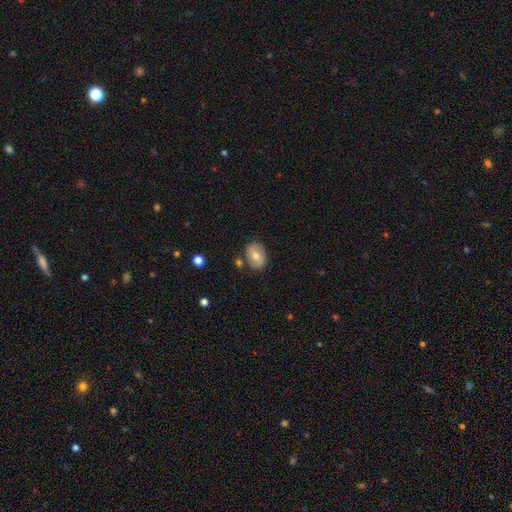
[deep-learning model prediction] A smooth galaxy with no disk features (62%) that is in between round and cigar-shaped (67%). Merging: none (79%).